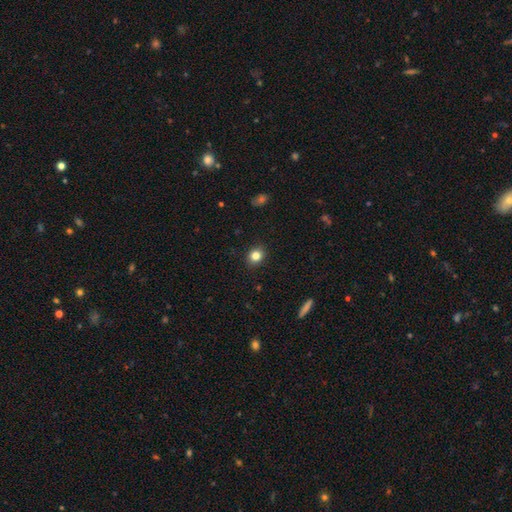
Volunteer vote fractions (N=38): A smooth galaxy with no disk features (84%) that is round (62%).

Vote fractions:
- Smooth or featured? smooth: 84% / featured or disk: 8% / star or artifact: 8%
- How rounded? round: 62% / in between: 38% / cigar-shaped: 0%
- Merging? none: 100% / minor disturbance: 0% / major disturbance: 0% / merger: 0%